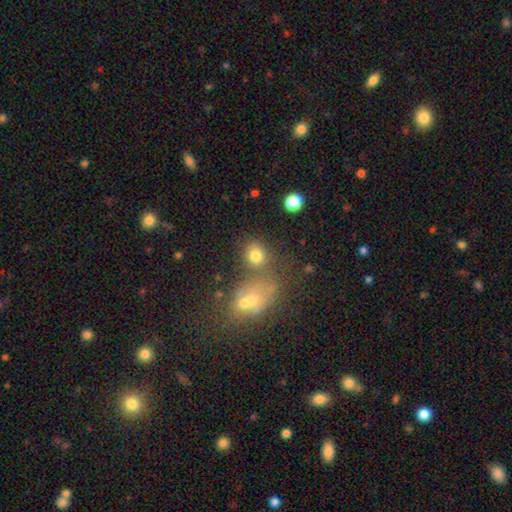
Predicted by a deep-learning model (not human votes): Smooth or featured?
  - smooth: 77% *
  - star or artifact: 13%
  - featured or disk: 9%
How rounded?
  - round: 69% *
  - in between: 29%
  - cigar-shaped: 2%
Merging?
  - none: 61% *
  - merger: 21%
  - minor disturbance: 12%
  - major disturbance: 6%